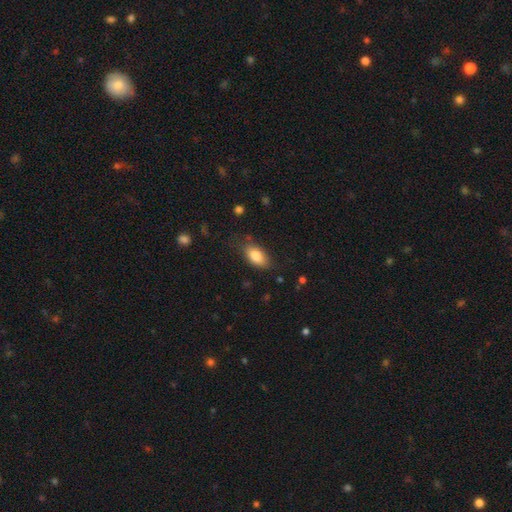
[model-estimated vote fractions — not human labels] Smooth or featured? smooth (83%)
How rounded? in between (90%)
Merging? none (74%)